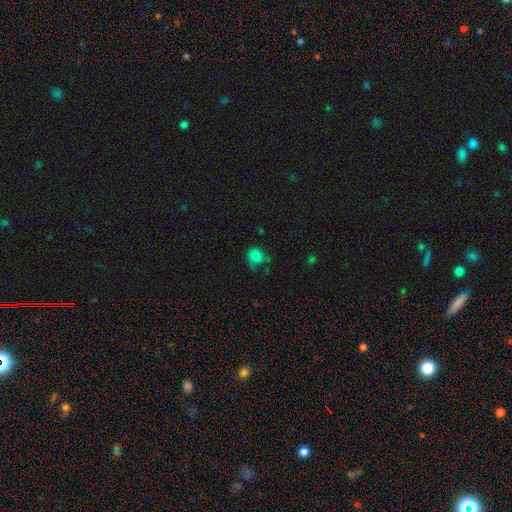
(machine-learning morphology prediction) Smooth or featured? Predicted: smooth (p=0.79). How rounded? Predicted: round (p=0.79). Merging? Predicted: none (p=0.55).